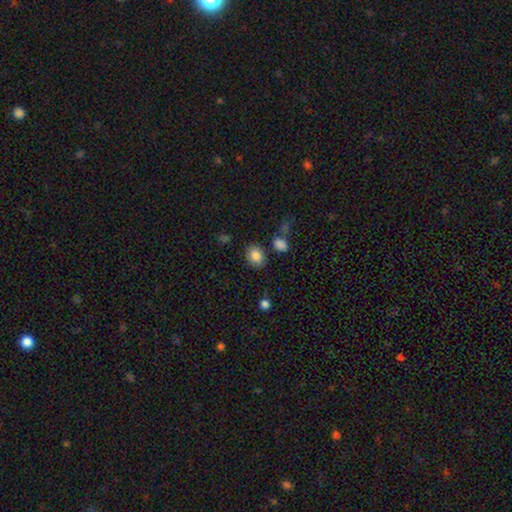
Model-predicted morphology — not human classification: smooth-or-featured: smooth: 85% | star or artifact: 9% | featured or disk: 6%
  how-rounded: in between: 60% | round: 39% | cigar-shaped: 1%
  merging: none: 83% | minor disturbance: 10% | merger: 4% | major disturbance: 3%